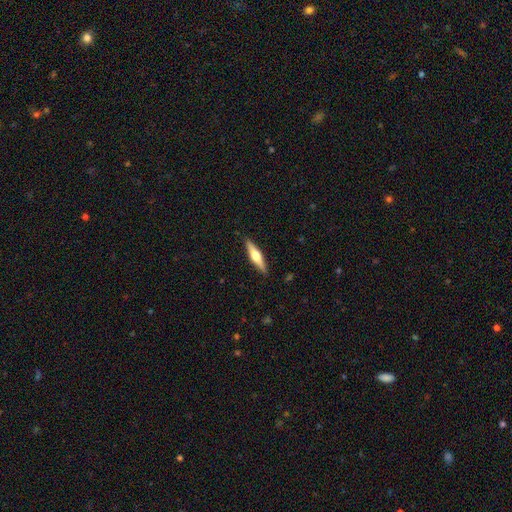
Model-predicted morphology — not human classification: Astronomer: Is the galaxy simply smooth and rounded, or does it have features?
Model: featured or disk — 54% (runner-up: smooth, 41%).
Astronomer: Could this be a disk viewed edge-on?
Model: yes — 96%.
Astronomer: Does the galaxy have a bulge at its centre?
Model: rounded — 91%.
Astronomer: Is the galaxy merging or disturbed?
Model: none — 90%.